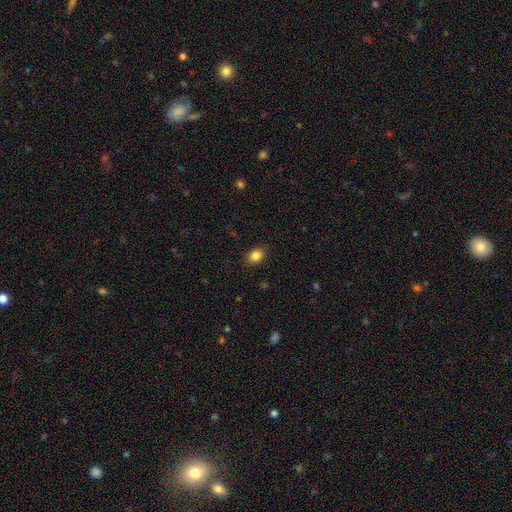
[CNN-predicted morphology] This appears to be a smooth galaxy with no disk features (85%) that is in between round and cigar-shaped (59%). Merging: none (88%).